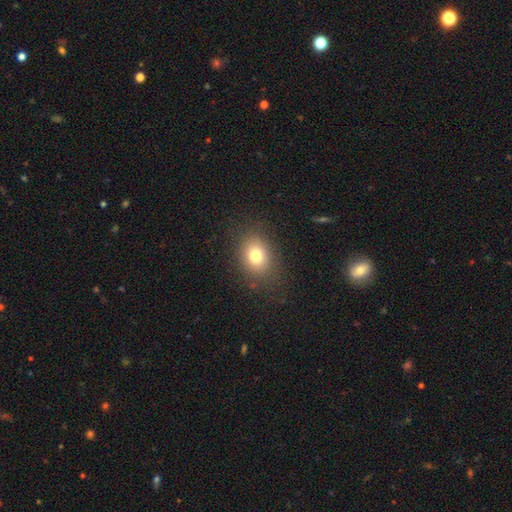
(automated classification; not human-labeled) This is likely a smooth galaxy (76%). How rounded: possibly in between (55%). Merging: clearly none (83%).